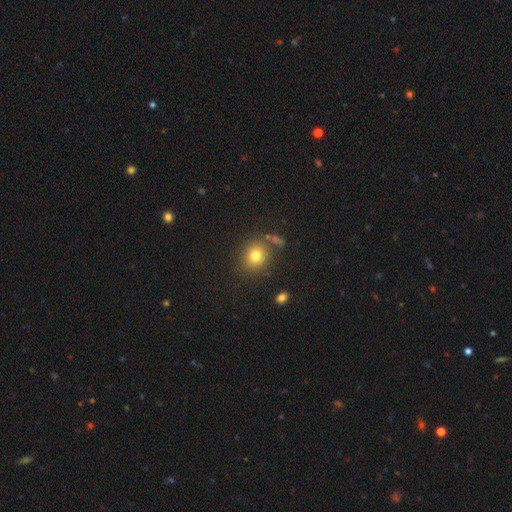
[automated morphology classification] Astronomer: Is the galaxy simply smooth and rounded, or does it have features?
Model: smooth — 78%.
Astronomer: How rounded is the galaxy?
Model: round — 75%.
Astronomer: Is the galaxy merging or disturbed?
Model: none — 76%.